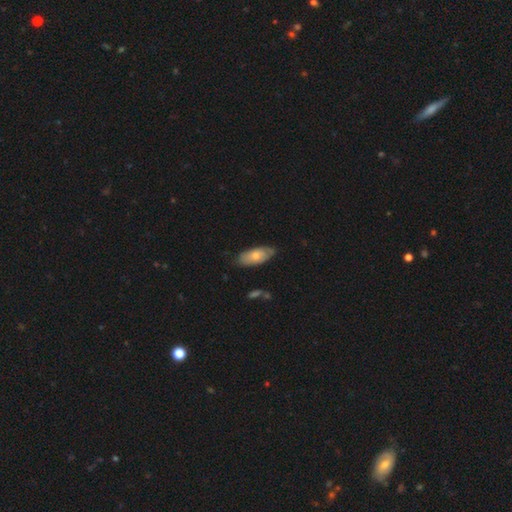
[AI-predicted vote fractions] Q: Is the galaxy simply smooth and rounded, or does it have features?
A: smooth — 64%.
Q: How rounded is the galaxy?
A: in between — 87%.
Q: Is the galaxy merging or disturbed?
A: none — 72%.